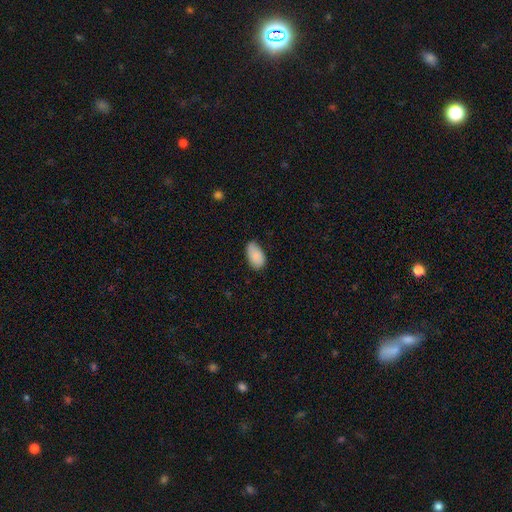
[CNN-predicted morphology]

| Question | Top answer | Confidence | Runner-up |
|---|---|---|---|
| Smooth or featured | smooth | 88% | star or artifact (7%) |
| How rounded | in between | 94% | round (4%) |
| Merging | none | 71% | minor disturbance (25%) |